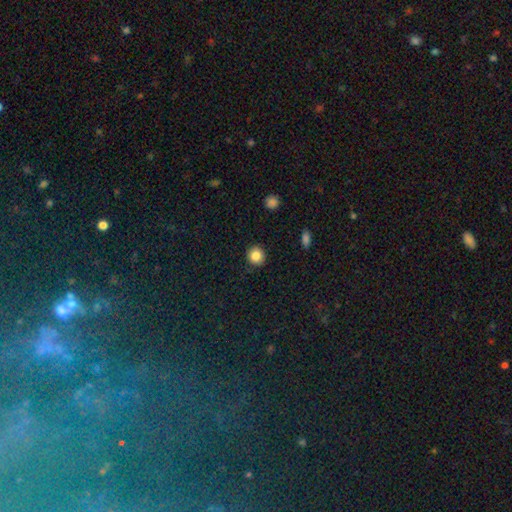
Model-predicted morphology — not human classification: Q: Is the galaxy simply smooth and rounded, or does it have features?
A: smooth — 85%.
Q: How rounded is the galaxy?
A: round — 88%.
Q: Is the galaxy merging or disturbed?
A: none — 91%.